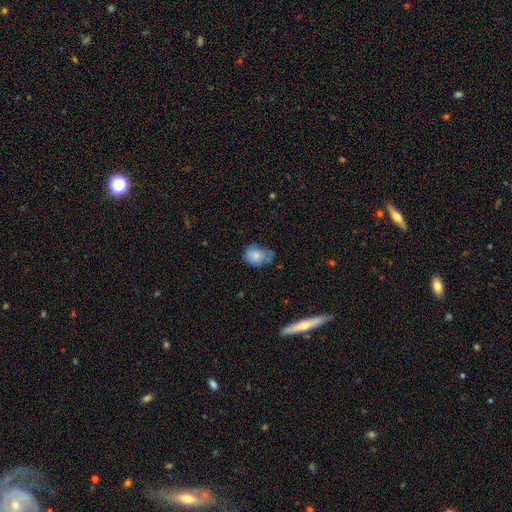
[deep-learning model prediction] smooth 79%, featured or disk 13%, star or artifact 8%. Down the decision tree: how rounded — in between (63%); merging — none (42%).